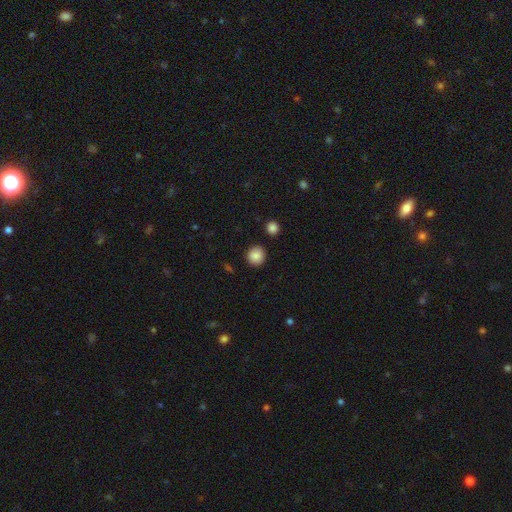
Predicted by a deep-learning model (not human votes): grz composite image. It shows a smooth galaxy with no disk features (87%) that is round (91%). Merging: none (90%).